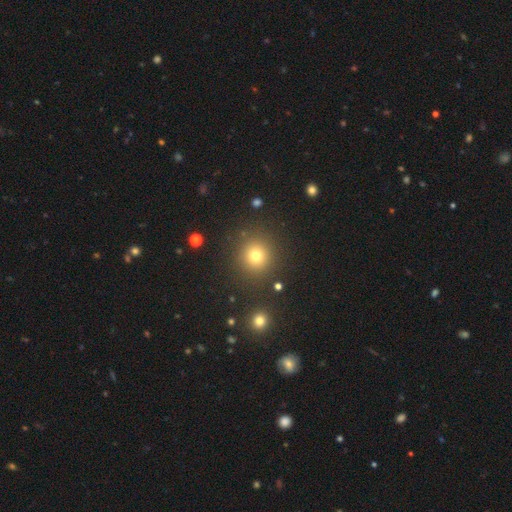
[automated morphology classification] Smooth or featured?
  - smooth: 75% *
  - star or artifact: 18%
  - featured or disk: 8%
How rounded?
  - round: 93% *
  - in between: 6%
  - cigar-shaped: 1%
Merging?
  - none: 88% *
  - minor disturbance: 6%
  - major disturbance: 3%
  - merger: 3%